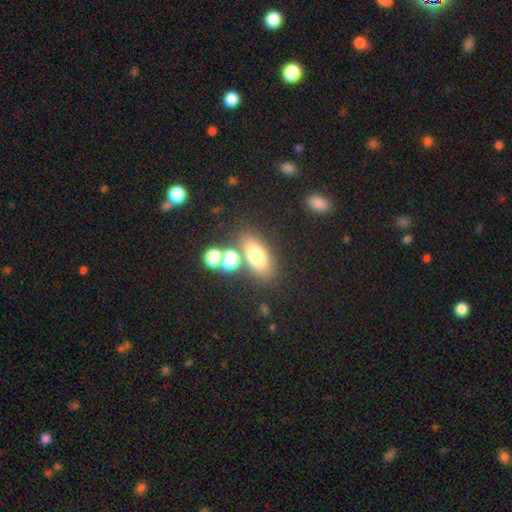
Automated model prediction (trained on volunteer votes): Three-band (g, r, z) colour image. It shows a smooth galaxy with no disk features (69%) that is in between round and cigar-shaped (72%). Merging: none (72%).